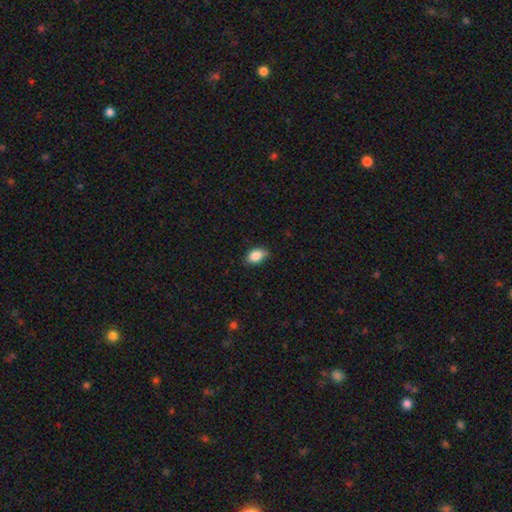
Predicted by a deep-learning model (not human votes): A smooth galaxy with no disk features (87%) that is in between round and cigar-shaped (87%).

Vote fractions:
- Smooth or featured? smooth: 87% / star or artifact: 8% / featured or disk: 5%
- How rounded? in between: 87% / round: 11% / cigar-shaped: 2%
- Merging? none: 80% / minor disturbance: 16% / major disturbance: 3% / merger: 1%